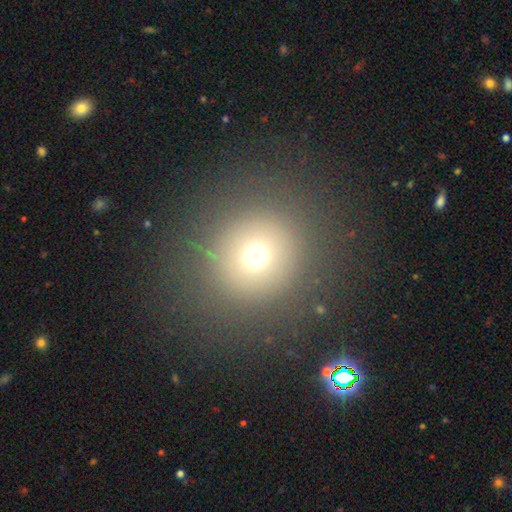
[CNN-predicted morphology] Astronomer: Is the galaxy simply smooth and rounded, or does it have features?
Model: smooth — 68%.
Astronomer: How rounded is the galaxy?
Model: round — 94%.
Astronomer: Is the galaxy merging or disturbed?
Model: none — 88%.